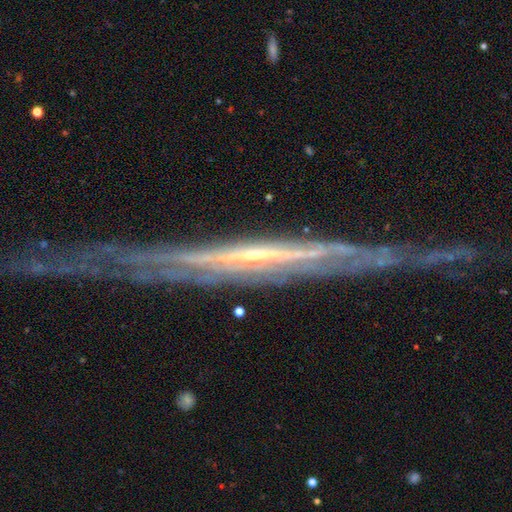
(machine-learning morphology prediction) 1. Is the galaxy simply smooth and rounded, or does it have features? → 84% featured or disk, 9% smooth, 7% star or artifact.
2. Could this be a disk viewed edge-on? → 87% yes, 13% no.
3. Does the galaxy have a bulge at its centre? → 66% none, 27% rounded, 7% boxy.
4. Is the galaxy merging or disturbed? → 76% none, 17% minor disturbance, 5% major disturbance, 2% merger.